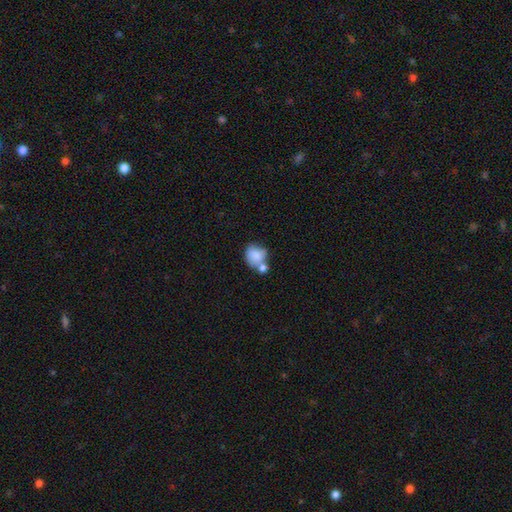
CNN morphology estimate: smooth_or_featured: smooth (p=0.81) [alt: featured or disk p=0.11]
how_rounded: round (p=0.65) [alt: in between p=0.34]
merging: merger (p=0.41) [alt: none p=0.37]